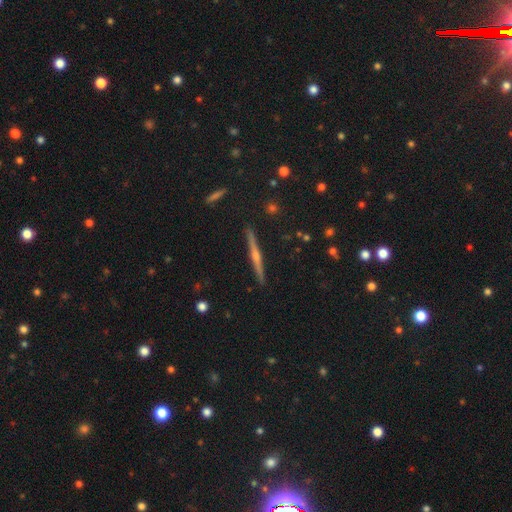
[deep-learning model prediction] A featured or disk galaxy (76%) viewed edge-on (98%) with a rounded central bulge (78%).

Vote fractions:
- Smooth or featured? featured or disk: 76% / smooth: 17% / star or artifact: 7%
- Edge-on disk? yes: 98% / no: 2%
- Edge-on bulge? rounded: 78% / none: 14% / boxy: 7%
- Merging? none: 92% / minor disturbance: 5% / major disturbance: 1% / merger: 1%